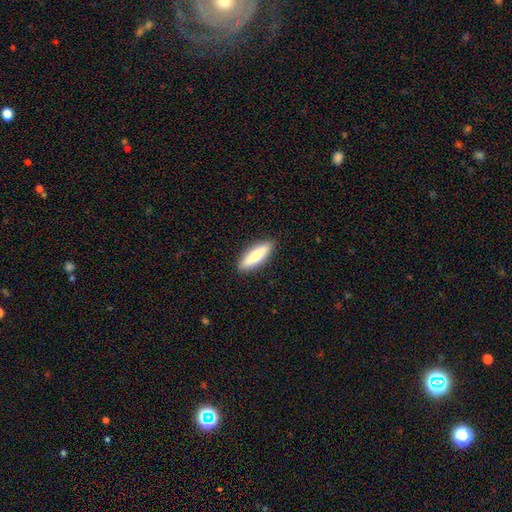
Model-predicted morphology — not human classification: This appears to be a smooth galaxy with no disk features (74%) that is cigar-shaped (58%). Merging: none (90%).